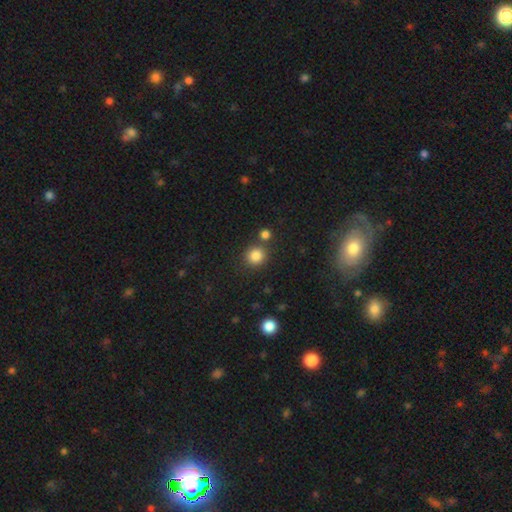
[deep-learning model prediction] A smooth galaxy with no disk features (84%) that is round (89%).

Vote fractions:
- Smooth or featured? smooth: 84% / star or artifact: 11% / featured or disk: 4%
- How rounded? round: 89% / in between: 10% / cigar-shaped: 1%
- Merging? none: 79% / merger: 11% / minor disturbance: 8% / major disturbance: 3%